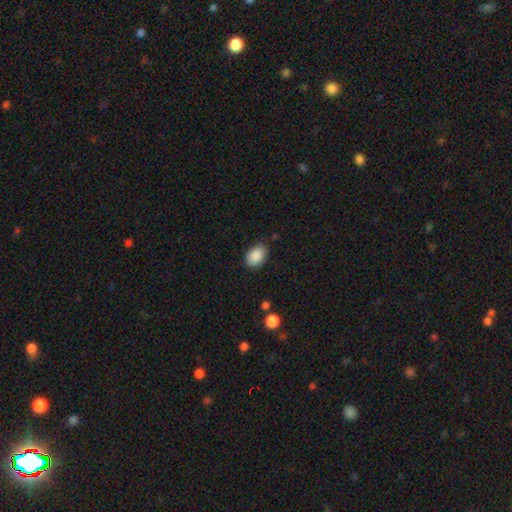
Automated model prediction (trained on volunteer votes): Q: Smooth or featured?
A: smooth (90%); runner-up: star or artifact (7%)
Q: How rounded?
A: in between (86%); runner-up: round (13%)
Q: Merging?
A: none (83%); runner-up: minor disturbance (13%)